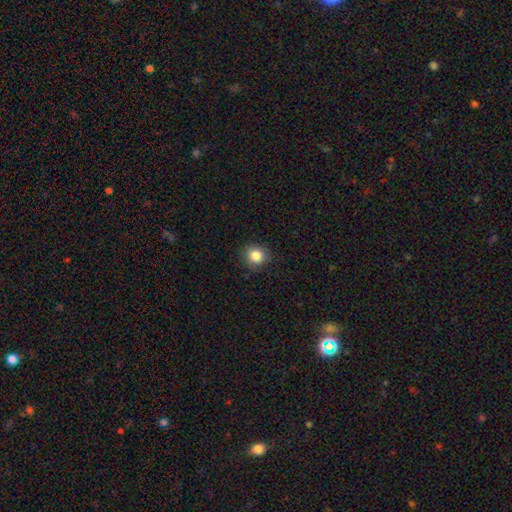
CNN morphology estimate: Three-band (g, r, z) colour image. It shows a smooth galaxy with no disk features (85%) that is round (90%). Merging: none (89%).